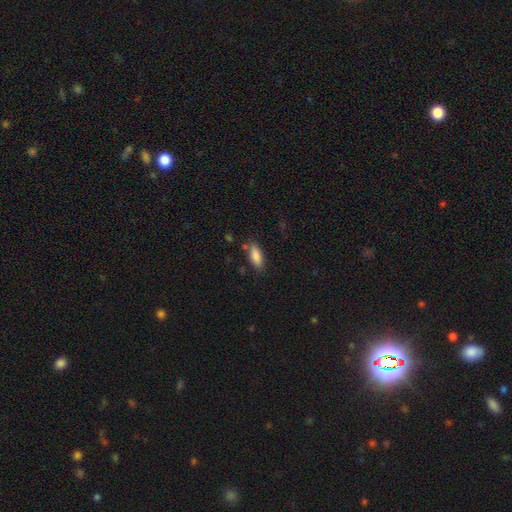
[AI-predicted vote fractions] smooth_or_featured: smooth (p=0.87) [alt: star or artifact p=0.07]
how_rounded: in between (p=0.78) [alt: cigar-shaped p=0.20]
merging: none (p=0.78) [alt: minor disturbance p=0.14]